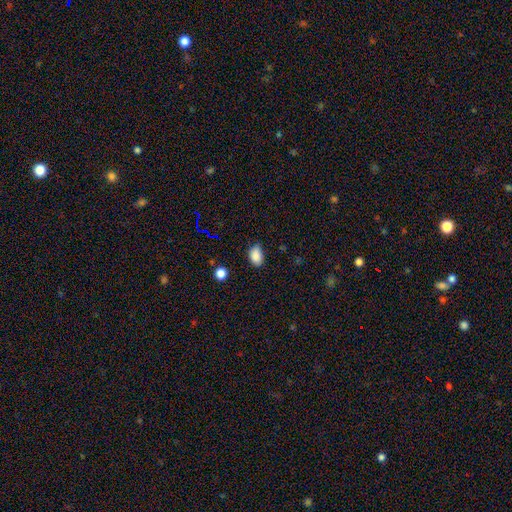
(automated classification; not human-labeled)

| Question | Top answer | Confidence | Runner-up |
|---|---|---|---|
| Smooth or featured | smooth | 86% | star or artifact (10%) |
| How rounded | in between | 86% | round (13%) |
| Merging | none | 74% | minor disturbance (21%) |